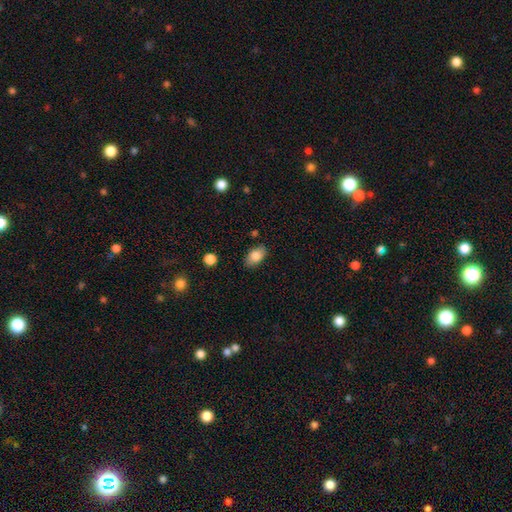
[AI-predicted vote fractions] Morphology: type=smooth (83%); roundness=in between (90%); merging=none (84%).